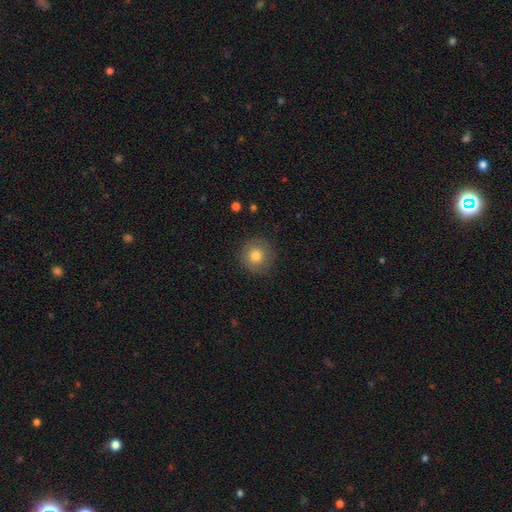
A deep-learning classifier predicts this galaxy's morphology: Smooth or featured? Predicted: smooth (p=0.78). How rounded? Predicted: round (p=0.94). Merging? Predicted: none (p=0.86).